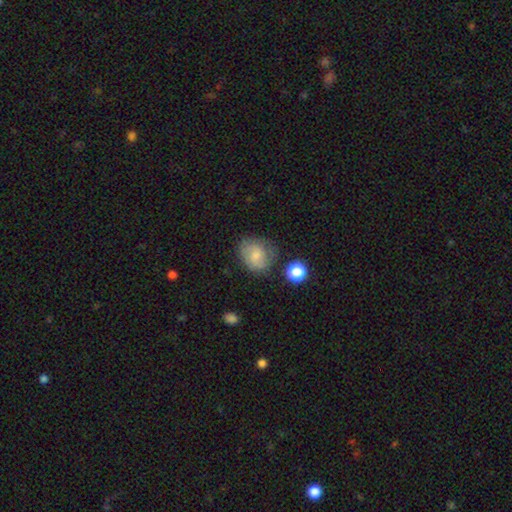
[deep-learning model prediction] Smooth or featured?
  - smooth: 61% *
  - featured or disk: 29%
  - star or artifact: 10%
How rounded?
  - round: 63% *
  - in between: 36%
  - cigar-shaped: 1%
Merging?
  - none: 62% *
  - minor disturbance: 25%
  - major disturbance: 9%
  - merger: 4%